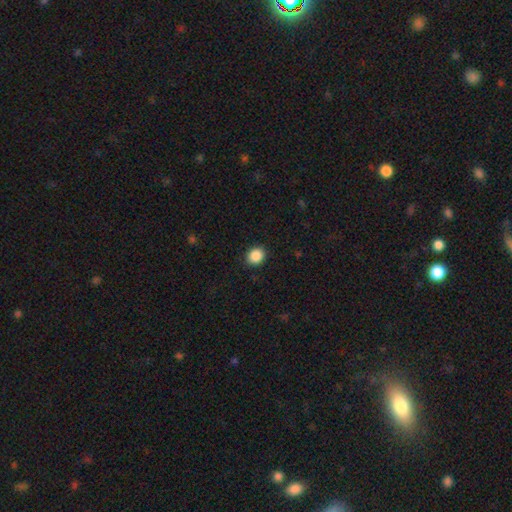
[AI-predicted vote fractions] This appears to be a smooth galaxy with no disk features (88%) that is round (65%). Merging: none (90%).